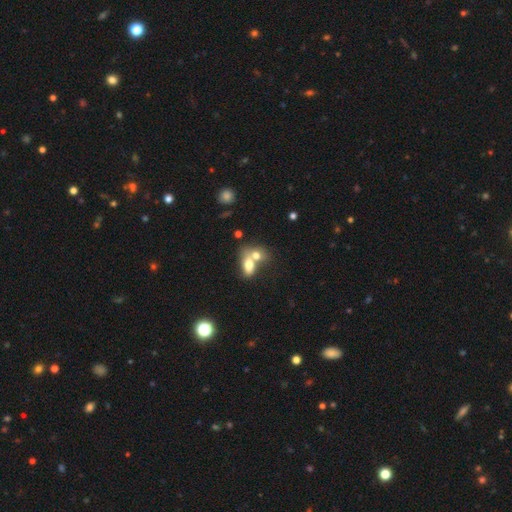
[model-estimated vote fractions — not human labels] The model was most divided on "how rounded": in between: 73%, round: 23%, cigar-shaped: 3%. More confident: smooth or featured — smooth (71%); merging — merger (70%).